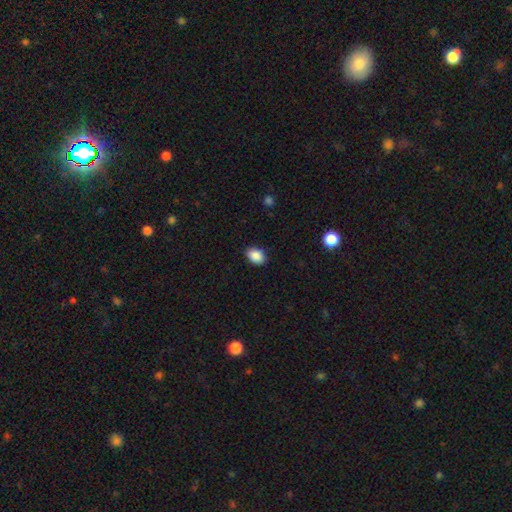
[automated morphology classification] Smooth or featured? Predicted: smooth (p=0.89). How rounded? Predicted: in between (p=0.82). Merging? Predicted: none (p=0.86).